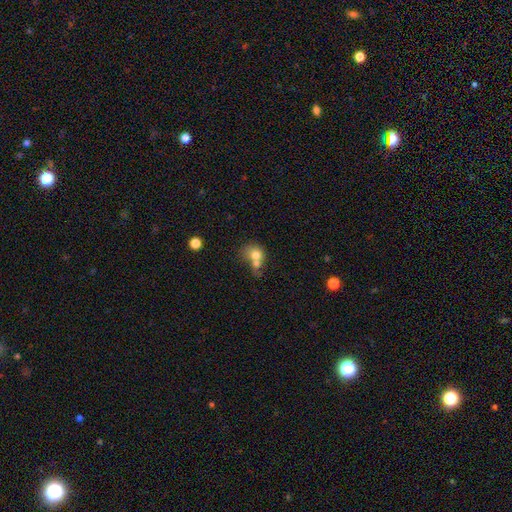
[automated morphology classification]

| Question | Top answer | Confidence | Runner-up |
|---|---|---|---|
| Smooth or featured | smooth | 72% | featured or disk (18%) |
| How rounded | round | 66% | in between (33%) |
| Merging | merger | 68% | none (18%) |